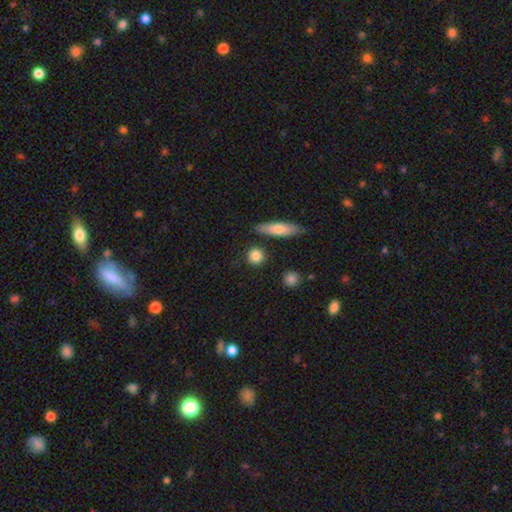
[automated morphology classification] A smooth galaxy with no disk features (84%) that is round (84%).

Vote fractions:
- Smooth or featured? smooth: 84% / star or artifact: 8% / featured or disk: 8%
- How rounded? round: 84% / in between: 12% / cigar-shaped: 4%
- Merging? none: 84% / minor disturbance: 9% / merger: 5% / major disturbance: 3%